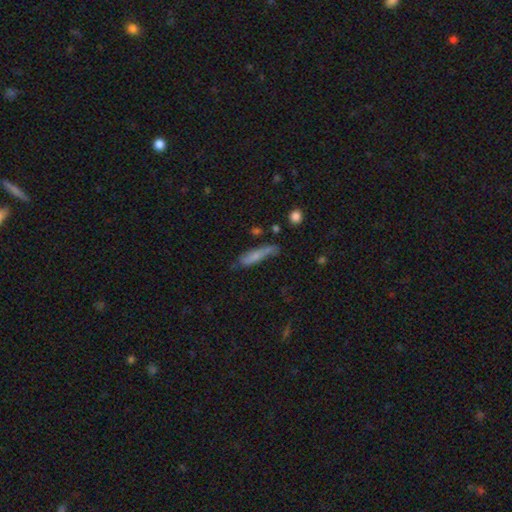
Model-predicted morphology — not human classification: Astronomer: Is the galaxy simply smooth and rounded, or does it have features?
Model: smooth — 70%.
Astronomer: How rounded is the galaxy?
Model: cigar-shaped — 80%.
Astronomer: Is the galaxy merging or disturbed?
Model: none — 53% (runner-up: minor disturbance, 30%).